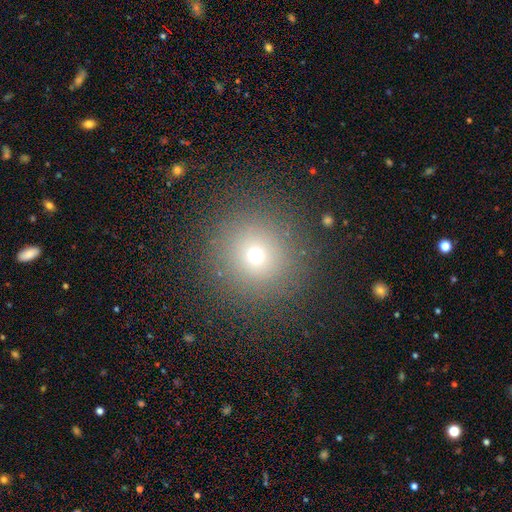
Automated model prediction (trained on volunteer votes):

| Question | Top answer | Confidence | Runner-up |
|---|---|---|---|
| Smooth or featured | smooth | 67% | star or artifact (22%) |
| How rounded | round | 94% | in between (5%) |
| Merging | none | 88% | minor disturbance (7%) |